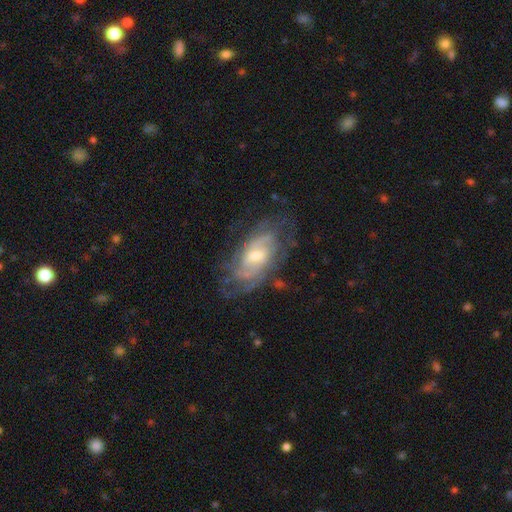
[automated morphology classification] Smooth or featured?
  - featured or disk: 83% *
  - smooth: 11%
  - star or artifact: 6%
Edge-on disk?
  - no: 94% *
  - yes: 6%
Bar?
  - weak: 46% *
  - no: 43%
  - strong: 11%
Spiral arms?
  - yes: 92% *
  - no: 8%
Spiral winding?
  - tight: 54% *
  - medium: 35%
  - loose: 10%
Spiral arm count?
  - can't tell: 42% *
  - 2: 24%
  - 3: 15%
  - 4: 10%
  - more than 4: 5%
  - 1: 5%
Bulge size?
  - moderate: 48% *
  - small: 45%
  - large: 4%
  - none: 2%
  - dominant: 1%
Merging?
  - none: 68% *
  - minor disturbance: 19%
  - major disturbance: 10%
  - merger: 2%